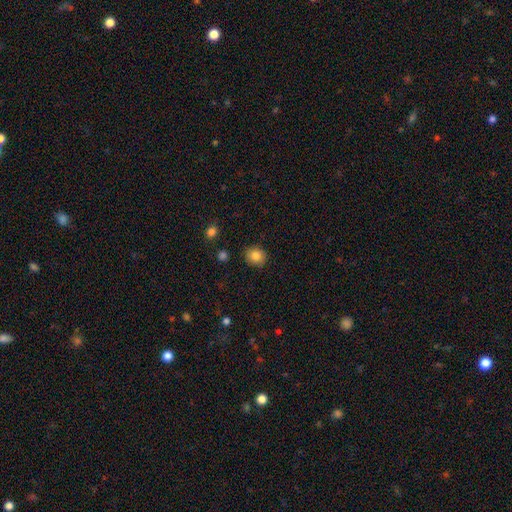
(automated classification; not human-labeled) Smooth or featured: smooth — 84% (star or artifact — 10%)
How rounded: round — 79% (in between — 20%)
Merging: none — 88% (minor disturbance — 8%)